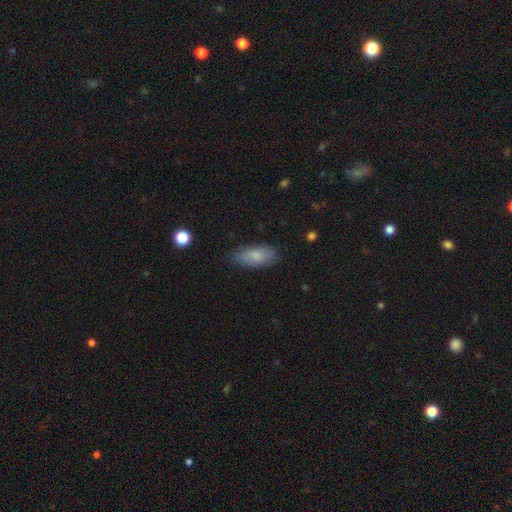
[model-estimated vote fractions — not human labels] Smooth or featured?
  - smooth: 79% *
  - featured or disk: 14%
  - star or artifact: 7%
How rounded?
  - in between: 86% *
  - cigar-shaped: 12%
  - round: 3%
Merging?
  - none: 78% *
  - minor disturbance: 17%
  - major disturbance: 3%
  - merger: 1%